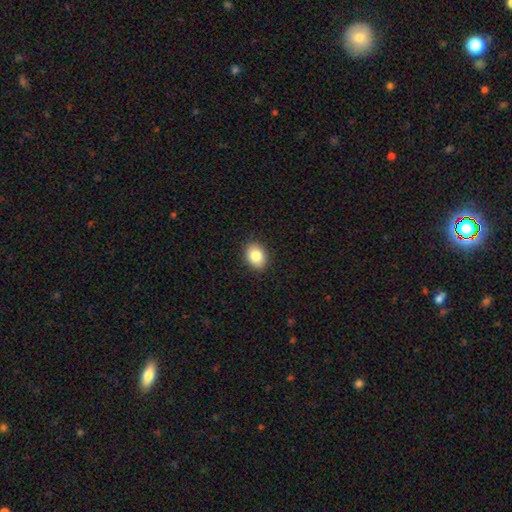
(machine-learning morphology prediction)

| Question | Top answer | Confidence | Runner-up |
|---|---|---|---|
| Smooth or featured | smooth | 84% | star or artifact (8%) |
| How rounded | in between | 68% | round (31%) |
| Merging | none | 90% | minor disturbance (7%) |